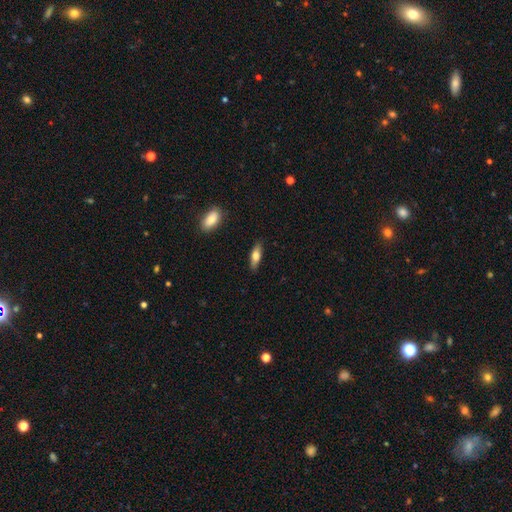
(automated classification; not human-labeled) Smooth or featured? Predicted: smooth (p=0.71). How rounded? Predicted: in between (p=0.62). Merging? Predicted: none (p=0.84).